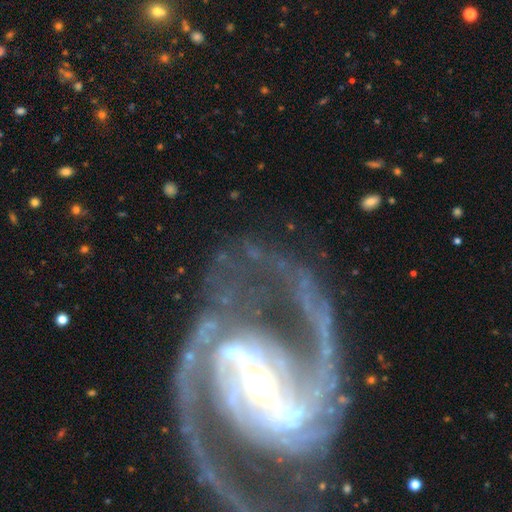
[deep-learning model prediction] A featured or disk galaxy (91%) with a strong bar (48%), 2 (75%) medium (53%) spiral arms (97%) and a moderate central bulge (52%).

Vote fractions:
- Smooth or featured? featured or disk: 91% / star or artifact: 6% / smooth: 3%
- Edge-on disk? no: 97% / yes: 3%
- Bar? strong: 48% / weak: 32% / no: 19%
- Spiral arms? yes: 97% / no: 3%
- Spiral winding? medium: 53% / tight: 27% / loose: 19%
- Spiral arm count? 2: 75% / 3: 7% / can't tell: 6% / 1: 4% / 4: 4% / more than 4: 3%
- Bulge size? moderate: 52% / small: 36% / large: 9% / dominant: 2% / none: 2%
- Merging? none: 61% / major disturbance: 20% / minor disturbance: 15% / merger: 4%